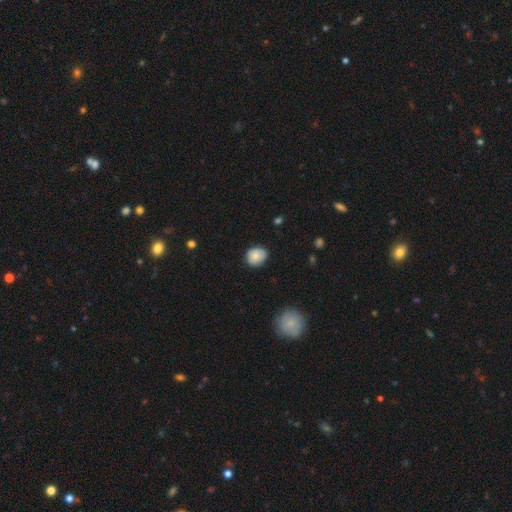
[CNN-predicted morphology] This is clearly a smooth galaxy (81%). How rounded: likely round (68%). Merging: likely none (79%).